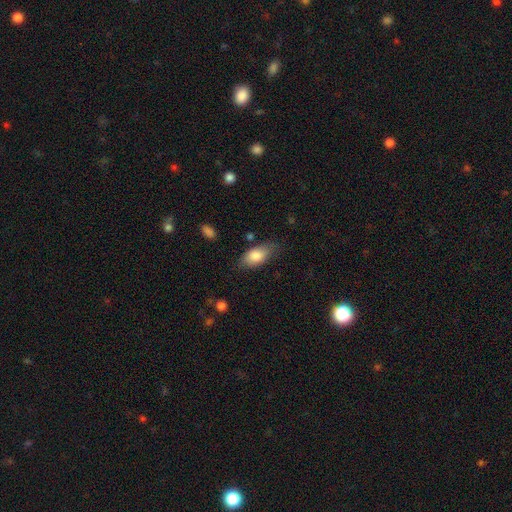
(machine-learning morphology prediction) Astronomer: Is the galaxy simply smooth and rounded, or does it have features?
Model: smooth — 82%.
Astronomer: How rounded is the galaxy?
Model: in between — 89%.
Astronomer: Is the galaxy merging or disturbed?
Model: none — 69%.